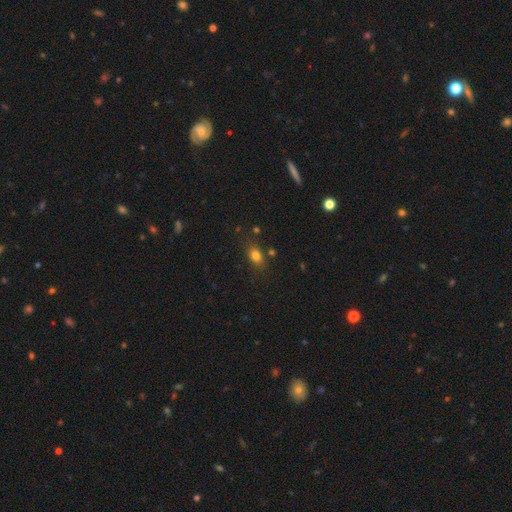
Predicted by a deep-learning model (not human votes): A smooth galaxy with no disk features (79%) that is in between round and cigar-shaped (73%).

Vote fractions:
- Smooth or featured? smooth: 79% / star or artifact: 13% / featured or disk: 9%
- How rounded? in between: 73% / round: 24% / cigar-shaped: 3%
- Merging? none: 78% / minor disturbance: 13% / merger: 4% / major disturbance: 4%